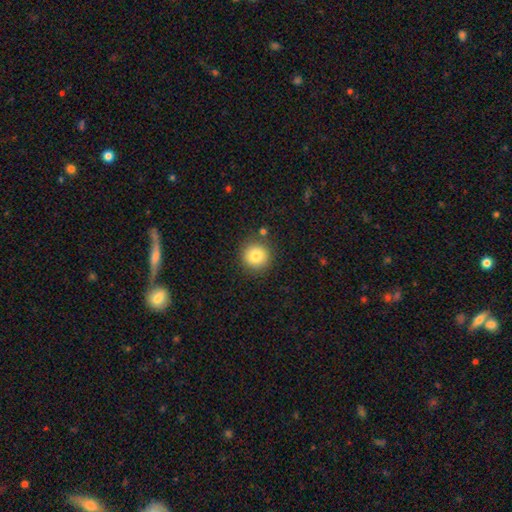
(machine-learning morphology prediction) Smooth or featured: smooth — 82% (star or artifact — 11%)
How rounded: round — 94% (in between — 5%)
Merging: none — 86% (minor disturbance — 8%)